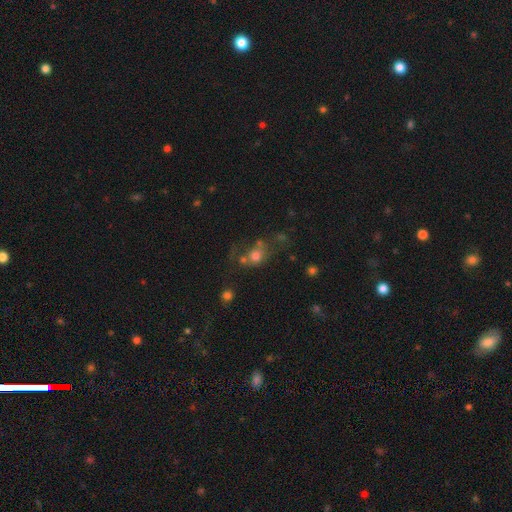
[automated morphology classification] Q: Smooth or featured?
A: smooth (68%); runner-up: featured or disk (17%)
Q: How rounded?
A: round (65%); runner-up: in between (34%)
Q: Merging?
A: none (37%); runner-up: merger (29%)